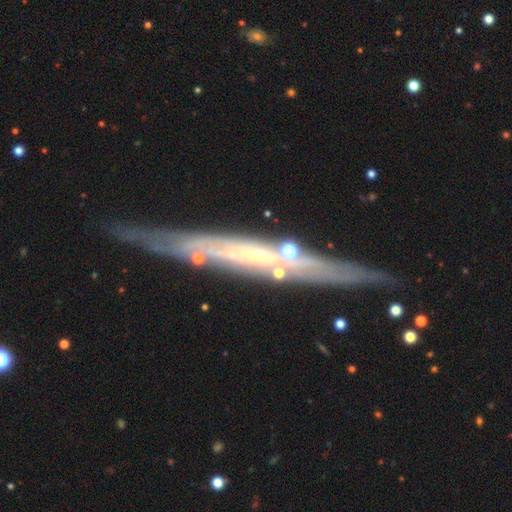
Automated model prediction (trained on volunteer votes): This is likely a featured or disk galaxy (75%). It is likely viewed edge-on (80%). Edge-on bulge: likely none (71%). Merging: likely none (78%).